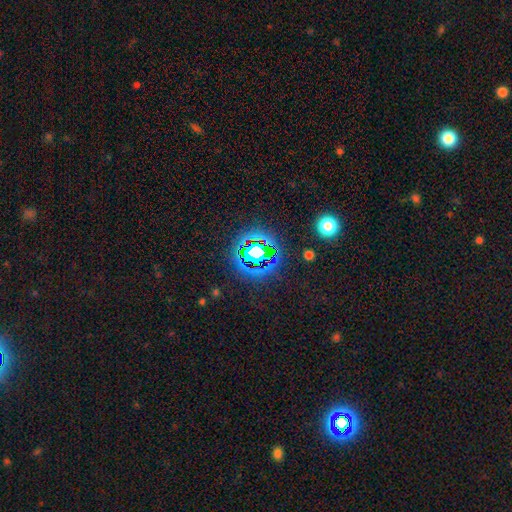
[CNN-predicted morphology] Overall: star or artifact (77%).